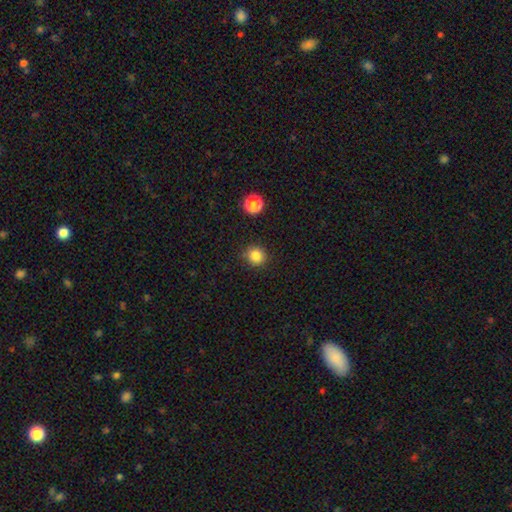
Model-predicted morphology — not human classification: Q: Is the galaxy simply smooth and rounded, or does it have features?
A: smooth — 84%.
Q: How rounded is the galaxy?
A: round — 92%.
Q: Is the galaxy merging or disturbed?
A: none — 89%.